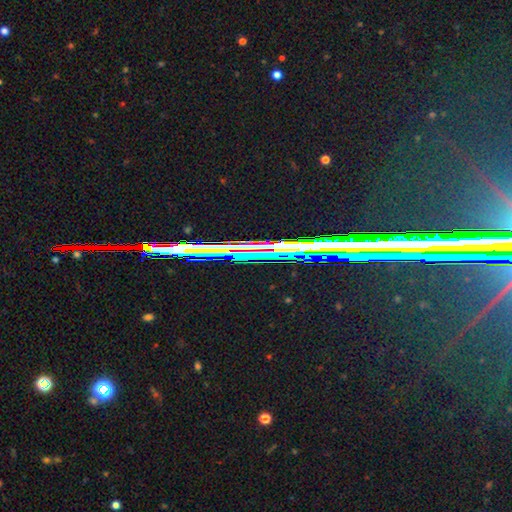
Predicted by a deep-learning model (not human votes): smooth-or-featured: star or artifact: 78% | featured or disk: 13% | smooth: 9%